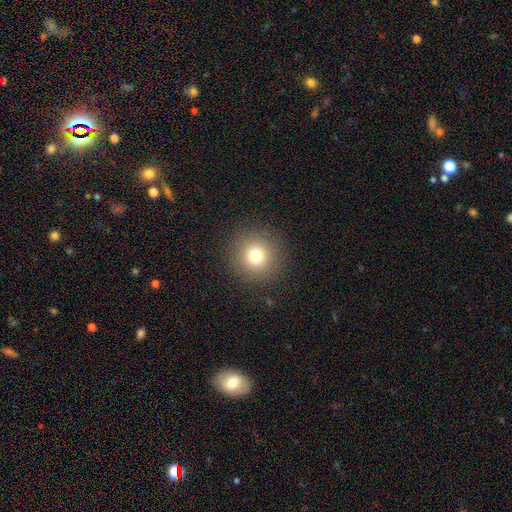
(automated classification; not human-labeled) Q: Smooth or featured?
A: smooth (76%); runner-up: star or artifact (15%)
Q: How rounded?
A: round (95%); runner-up: in between (4%)
Q: Merging?
A: none (91%); runner-up: minor disturbance (6%)